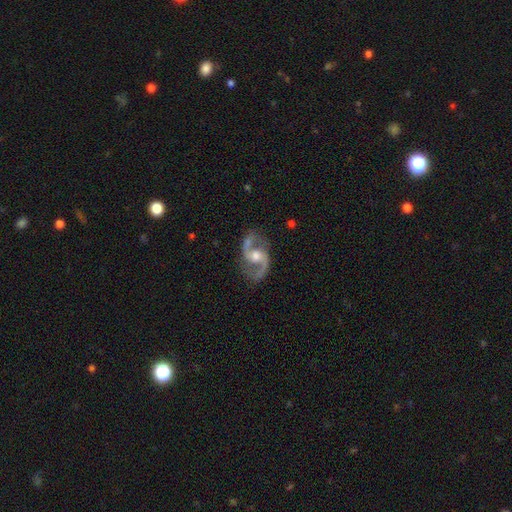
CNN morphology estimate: This is clearly a featured or disk galaxy (92%). It is clearly not viewed edge-on (98%). Bar: possibly no (46%). Spiral arm pattern: clearly yes (98%). Spiral arm count: clearly 2 (94%). Spiral winding: possibly medium (57%). Central bulge: likely moderate (67%). Merging: likely none (80%).